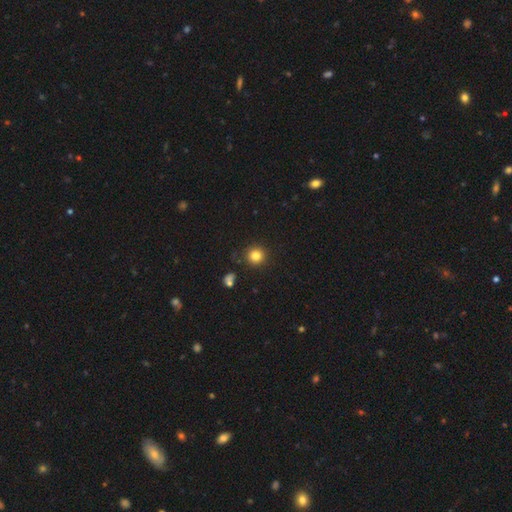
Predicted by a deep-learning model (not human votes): smooth 82%, star or artifact 13%, featured or disk 6%. Down the decision tree: how rounded — round (93%); merging — none (88%).